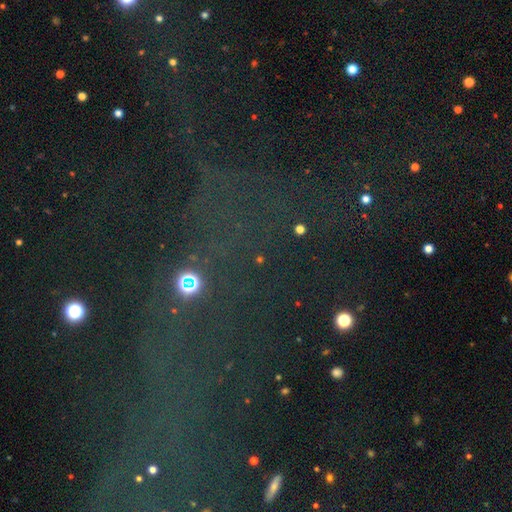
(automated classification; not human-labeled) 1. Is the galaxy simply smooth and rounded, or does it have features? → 72% star or artifact, 16% smooth, 12% featured or disk.